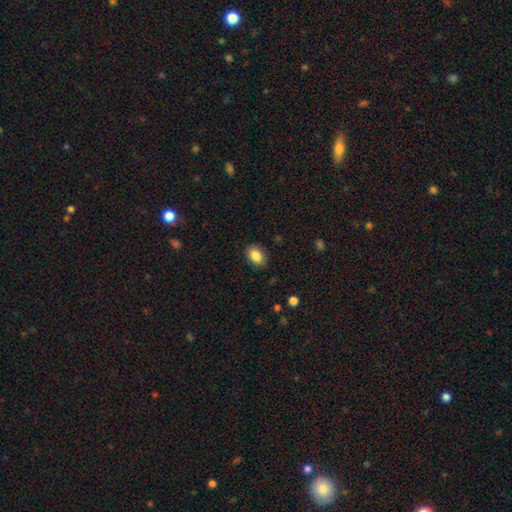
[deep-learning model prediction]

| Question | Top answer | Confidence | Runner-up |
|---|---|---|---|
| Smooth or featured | smooth | 87% | star or artifact (8%) |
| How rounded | in between | 87% | round (12%) |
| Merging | none | 86% | minor disturbance (10%) |